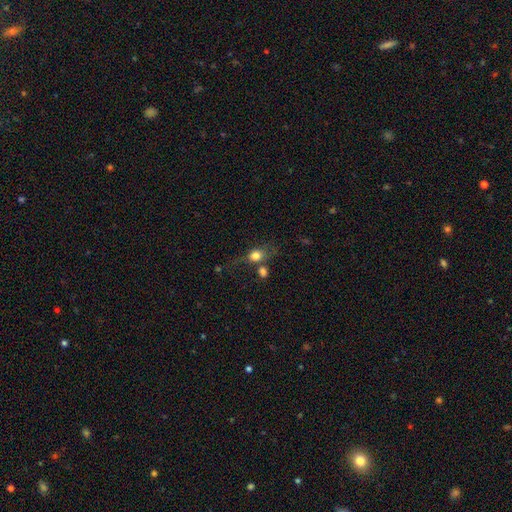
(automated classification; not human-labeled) Smooth or featured: smooth — 75% (featured or disk — 15%)
How rounded: round — 51% (in between — 46%)
Merging: none — 39% (merger — 26%)